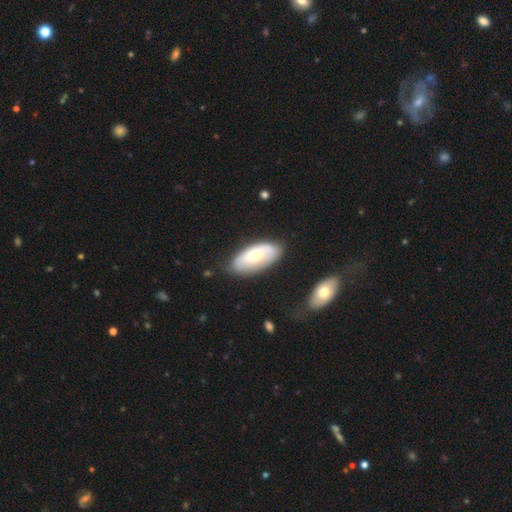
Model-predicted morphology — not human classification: smooth 55%, featured or disk 39%, star or artifact 6%. Down the decision tree: how rounded — in between (92%); merging — none (75%).